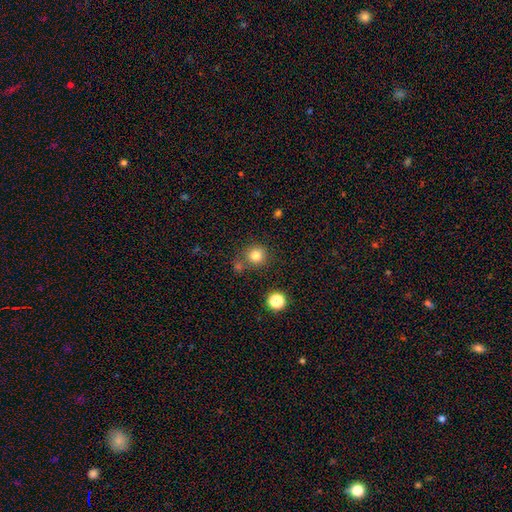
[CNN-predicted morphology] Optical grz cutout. It shows a smooth galaxy with no disk features (81%) that is round (91%). Merging: none (76%).